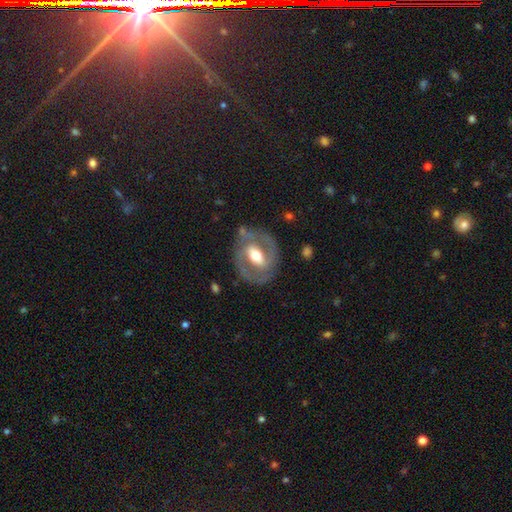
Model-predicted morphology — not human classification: A featured or disk galaxy (76%) with a strong bar (41%), 2 (83%) medium (48%) spiral arms (73%) and a moderate central bulge (68%).

Vote fractions:
- Smooth or featured? featured or disk: 76% / smooth: 19% / star or artifact: 5%
- Edge-on disk? no: 95% / yes: 5%
- Bar? strong: 41% / weak: 39% / no: 20%
- Spiral arms? yes: 73% / no: 27%
- Spiral winding? medium: 48% / tight: 36% / loose: 16%
- Spiral arm count? 2: 83% / can't tell: 9% / 1: 5% / 3: 2% / 4: 1% / more than 4: 1%
- Bulge size? moderate: 68% / large: 18% / small: 12% / dominant: 1% / none: 1%
- Merging? none: 74% / minor disturbance: 16% / major disturbance: 8% / merger: 2%